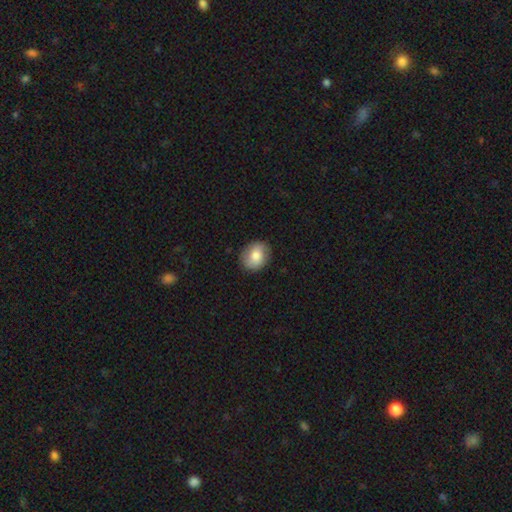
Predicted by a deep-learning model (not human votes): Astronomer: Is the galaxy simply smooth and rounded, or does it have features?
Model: smooth — 77%.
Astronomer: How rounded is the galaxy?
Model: round — 53% (runner-up: in between, 46%).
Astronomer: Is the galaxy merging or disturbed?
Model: none — 85%.